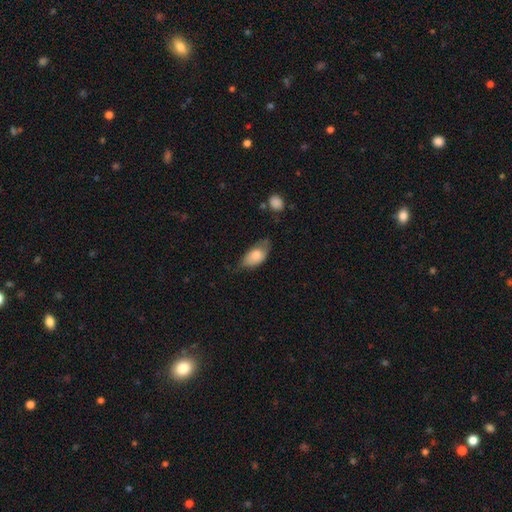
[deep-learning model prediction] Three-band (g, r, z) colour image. It shows a smooth galaxy with no disk features (77%) that is in between round and cigar-shaped (90%). Merging: none (47%).